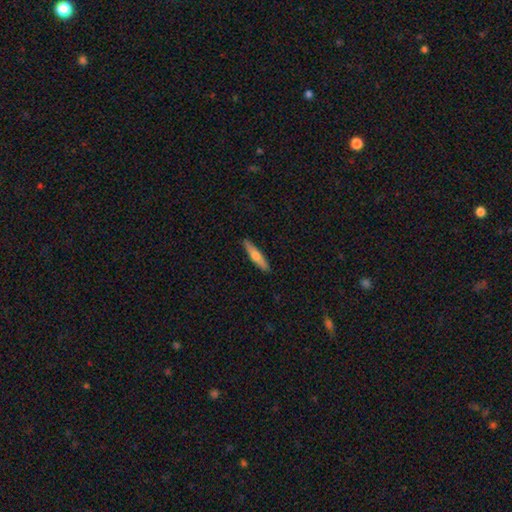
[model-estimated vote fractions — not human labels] Smooth or featured? Predicted: smooth (p=0.54). How rounded? Predicted: cigar-shaped (p=0.88). Merging? Predicted: none (p=0.90).